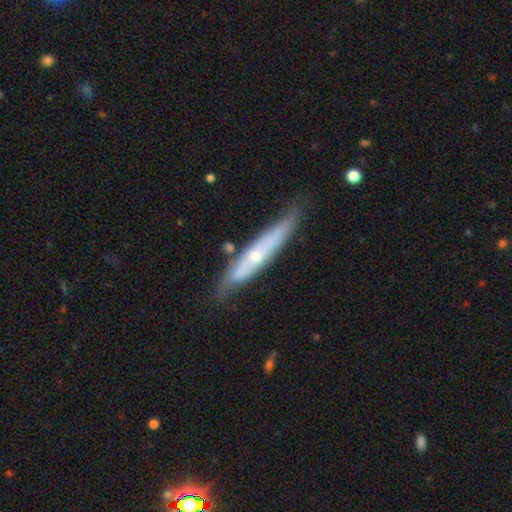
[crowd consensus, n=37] Smooth or featured?
  - featured or disk: 62% *
  - smooth: 35%
  - star or artifact: 3%
Edge-on disk?
  - yes: 78% *
  - no: 22%
Edge-on bulge?
  - rounded: 56% *
  - none: 33%
  - boxy: 11%
Merging?
  - none: 58% *
  - minor disturbance: 39%
  - merger: 3%
  - major disturbance: 0%